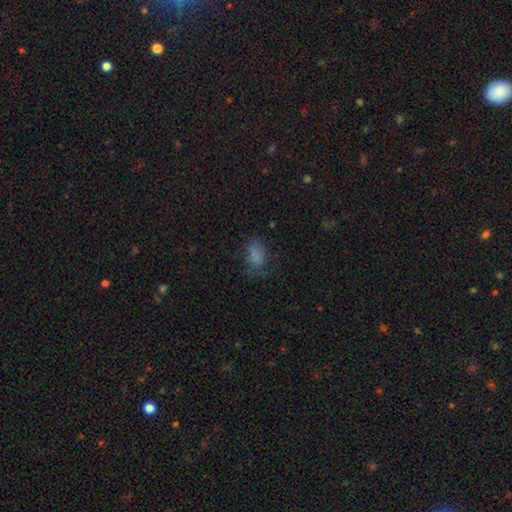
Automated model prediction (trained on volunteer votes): smooth-or-featured: smooth: 75% | star or artifact: 14% | featured or disk: 11%
  how-rounded: in between: 86% | round: 12% | cigar-shaped: 2%
  merging: none: 53% | minor disturbance: 26% | major disturbance: 19% | merger: 2%